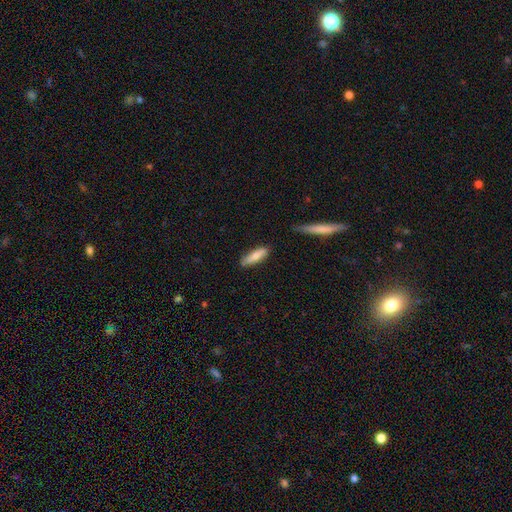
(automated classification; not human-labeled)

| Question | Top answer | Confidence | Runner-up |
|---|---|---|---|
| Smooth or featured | smooth | 75% | featured or disk (19%) |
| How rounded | cigar-shaped | 56% | in between (42%) |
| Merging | none | 80% | minor disturbance (15%) |